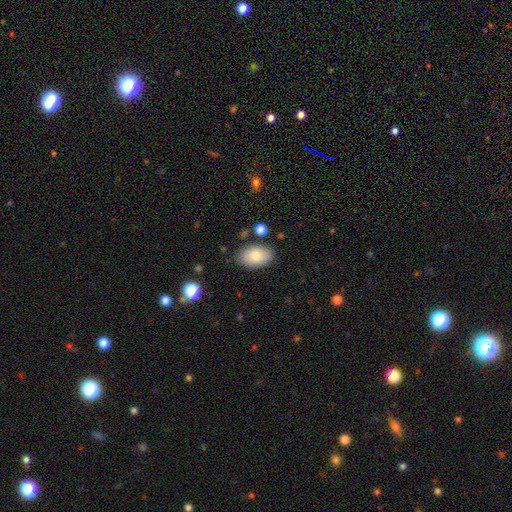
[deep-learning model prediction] A smooth galaxy with no disk features (80%) that is in between round and cigar-shaped (93%).

Vote fractions:
- Smooth or featured? smooth: 80% / featured or disk: 14% / star or artifact: 7%
- How rounded? in between: 93% / round: 5% / cigar-shaped: 1%
- Merging? none: 80% / minor disturbance: 14% / merger: 3% / major disturbance: 3%